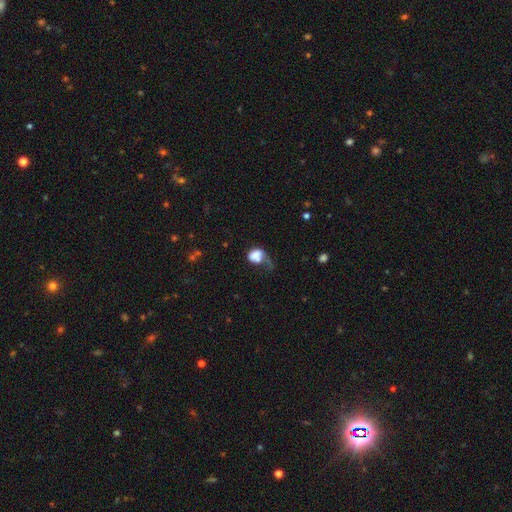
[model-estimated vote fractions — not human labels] Morphology: type=smooth (67%); roundness=in between (60%); merging=major disturbance (46%).